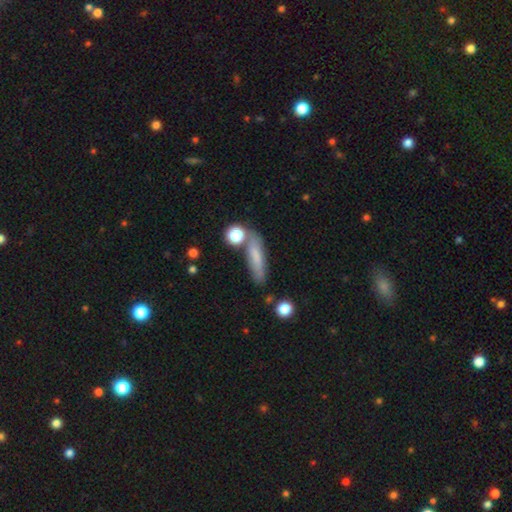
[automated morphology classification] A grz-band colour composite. It shows a smooth galaxy with no disk features (69%) that is cigar-shaped (71%). Merging: none (65%).